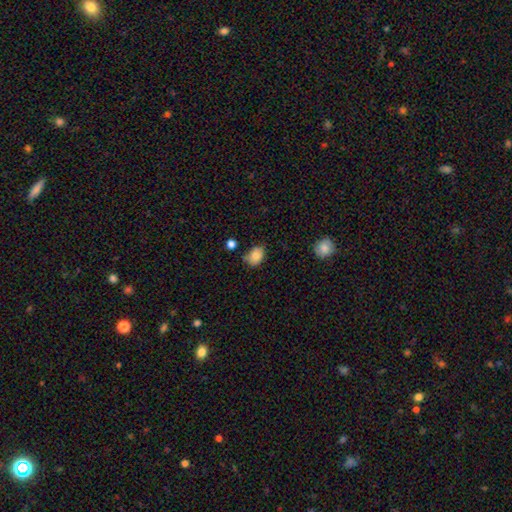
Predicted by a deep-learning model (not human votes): Overall: smooth (83%). How rounded: in between (70%). Merging: none (59%; minor disturbance 31%).